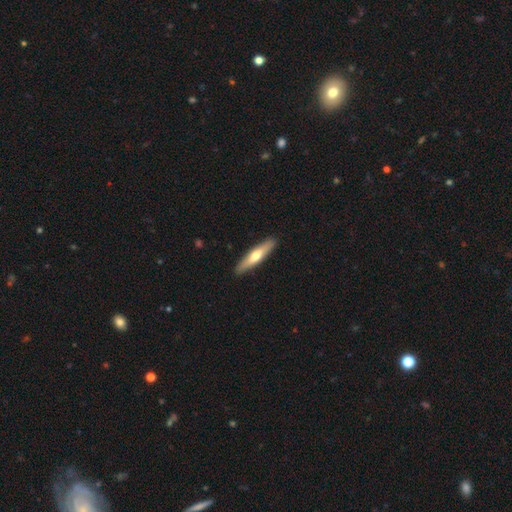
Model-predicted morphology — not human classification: A smooth galaxy with no disk features (54%) that is cigar-shaped (85%).

Vote fractions:
- Smooth or featured? smooth: 54% / featured or disk: 41% / star or artifact: 5%
- How rounded? cigar-shaped: 85% / in between: 13% / round: 1%
- Merging? none: 91% / minor disturbance: 6% / major disturbance: 1% / merger: 1%